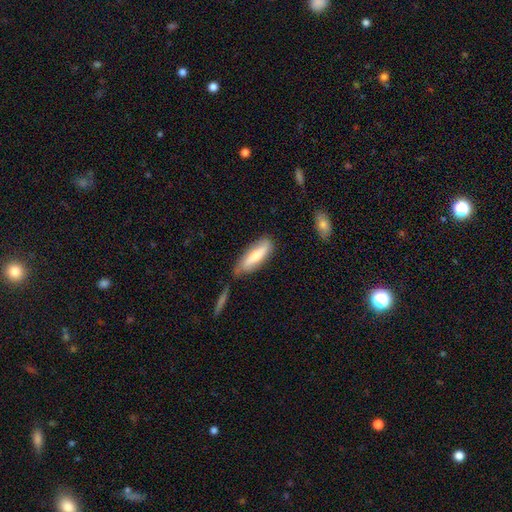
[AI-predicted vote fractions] Q: Smooth or featured?
A: smooth (66%); runner-up: featured or disk (28%)
Q: How rounded?
A: in between (51%); runner-up: cigar-shaped (47%)
Q: Merging?
A: none (61%); runner-up: minor disturbance (25%)